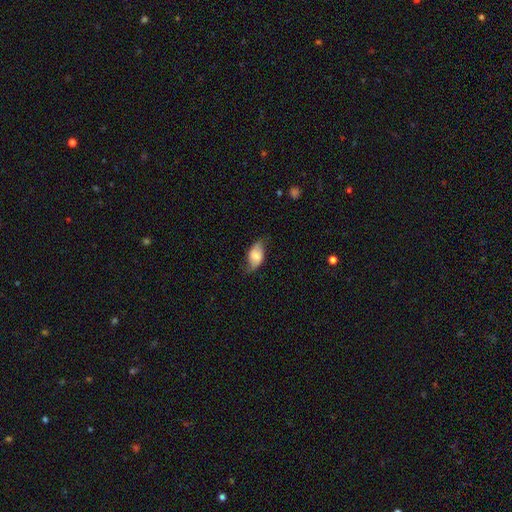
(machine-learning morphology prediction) This is possibly a smooth galaxy (59%). How rounded: clearly in between (91%). Merging: possibly none (59%).